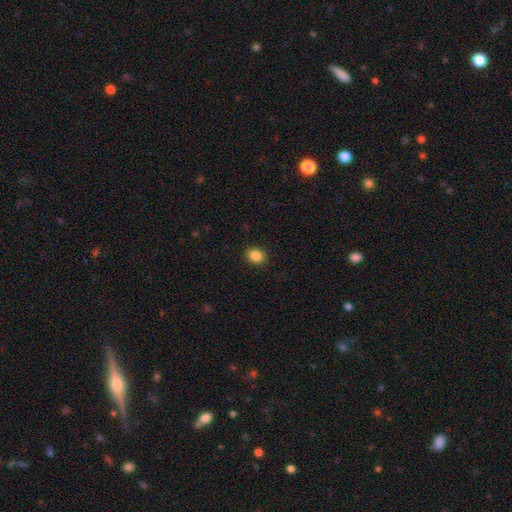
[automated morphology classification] This appears to be a smooth galaxy with no disk features (87%) that is round (64%). Merging: none (89%).